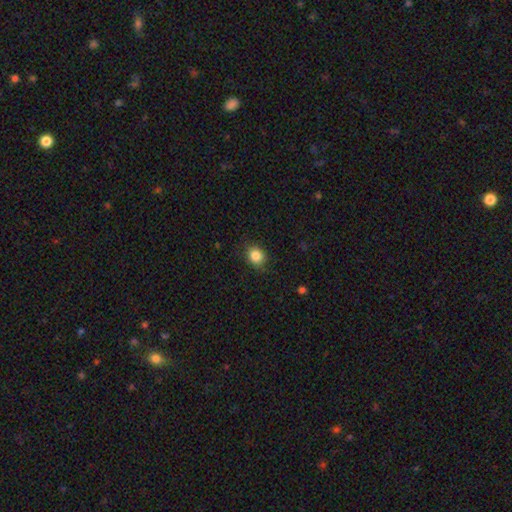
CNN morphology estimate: Smooth or featured: smooth — 85% (star or artifact — 10%)
How rounded: round — 70% (in between — 29%)
Merging: none — 86% (minor disturbance — 11%)